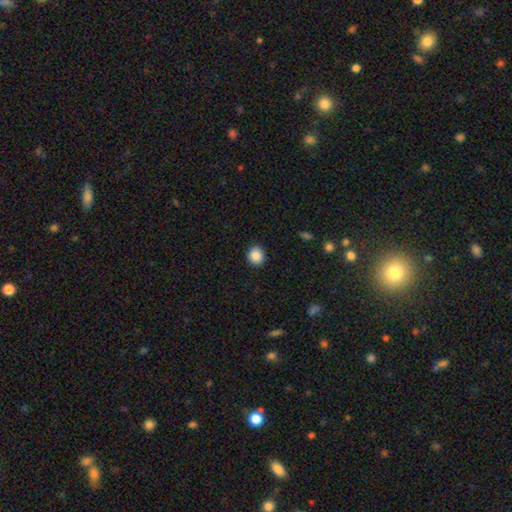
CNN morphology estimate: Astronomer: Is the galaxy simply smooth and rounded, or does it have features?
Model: smooth — 87%.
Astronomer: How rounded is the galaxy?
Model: round — 84%.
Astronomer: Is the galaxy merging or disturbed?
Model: none — 91%.